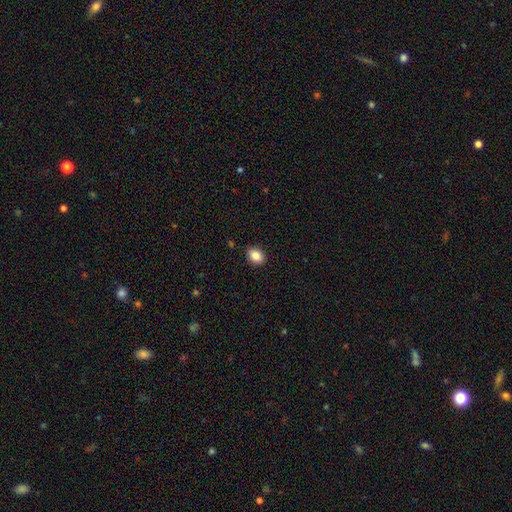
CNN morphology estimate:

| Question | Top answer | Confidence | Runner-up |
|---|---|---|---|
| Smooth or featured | smooth | 86% | star or artifact (9%) |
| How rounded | in between | 69% | round (30%) |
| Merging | none | 89% | minor disturbance (8%) |